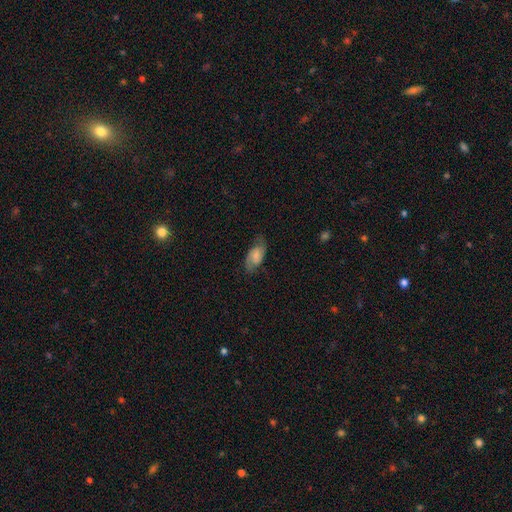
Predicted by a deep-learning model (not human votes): Smooth or featured?
  - featured or disk: 51% *
  - smooth: 41%
  - star or artifact: 8%
Edge-on disk?
  - no: 95% *
  - yes: 5%
Merging?
  - none: 68% *
  - minor disturbance: 22%
  - major disturbance: 9%
  - merger: 1%